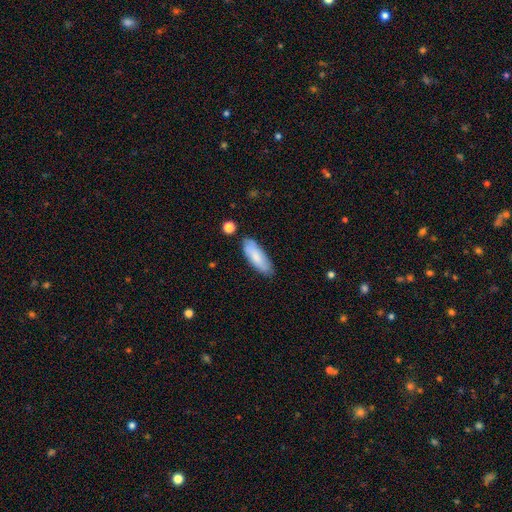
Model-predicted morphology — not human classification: Smooth or featured? Predicted: smooth (p=0.81). How rounded? Predicted: in between (p=0.64). Merging? Predicted: none (p=0.80).